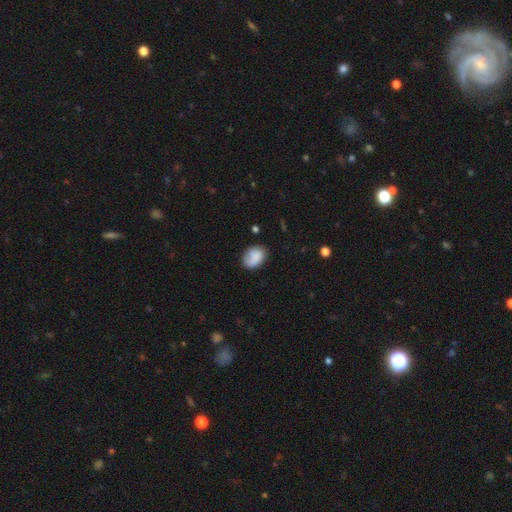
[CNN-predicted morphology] smooth 83%, featured or disk 10%, star or artifact 8%. Down the decision tree: how rounded — in between (73%); merging — none (68%).